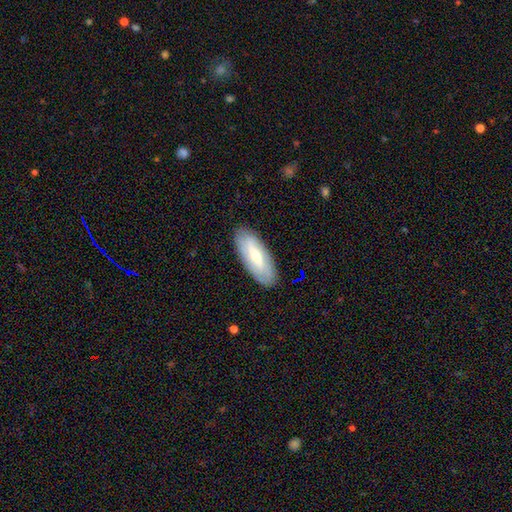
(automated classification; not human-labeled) This appears to be a featured or disk galaxy (52%). Merging: none (87%).